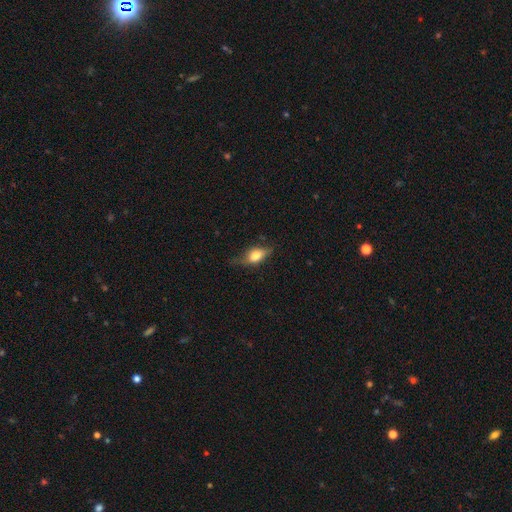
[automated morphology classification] Overall: smooth (61%; featured or disk 31%). How rounded: in between (76%). Merging: none (59%; minor disturbance 29%).